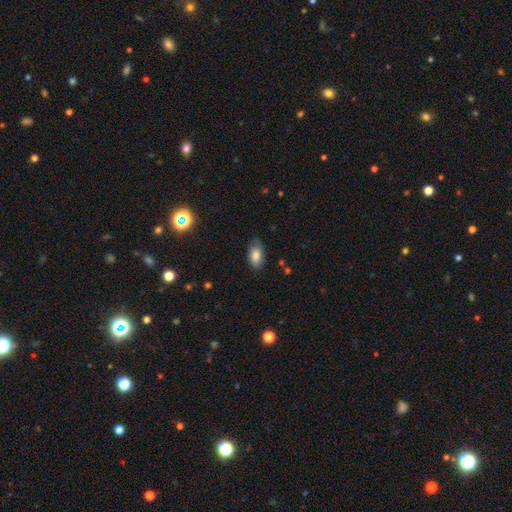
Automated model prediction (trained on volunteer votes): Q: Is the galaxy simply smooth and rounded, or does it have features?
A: smooth — 80%.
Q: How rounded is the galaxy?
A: in between — 92%.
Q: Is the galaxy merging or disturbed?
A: none — 74%.